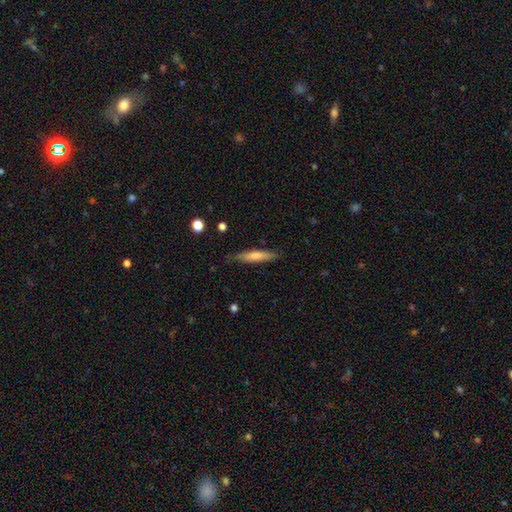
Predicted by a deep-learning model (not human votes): Smooth or featured? smooth (70%)
How rounded? cigar-shaped (89%)
Merging? none (81%)